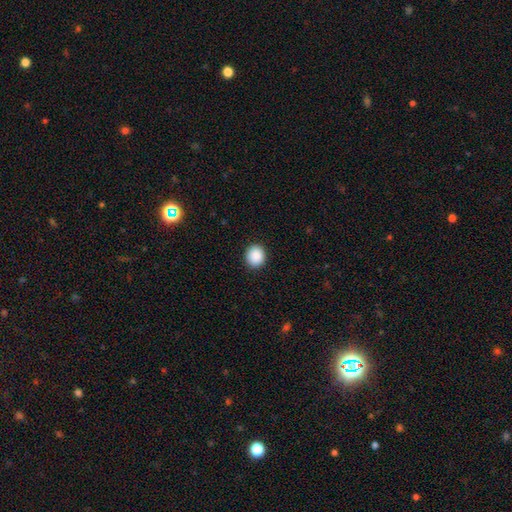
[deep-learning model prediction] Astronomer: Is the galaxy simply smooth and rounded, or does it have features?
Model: smooth — 90%.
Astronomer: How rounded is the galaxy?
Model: round — 77%.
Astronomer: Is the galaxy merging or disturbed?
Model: none — 91%.